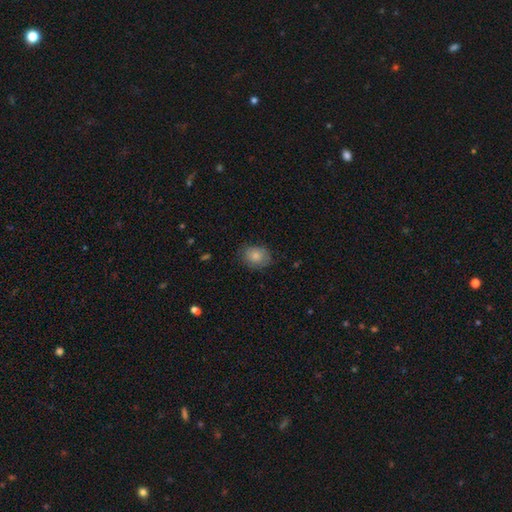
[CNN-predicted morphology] Overall: smooth (81%). How rounded: in between (53%; round 46%). Merging: none (75%).